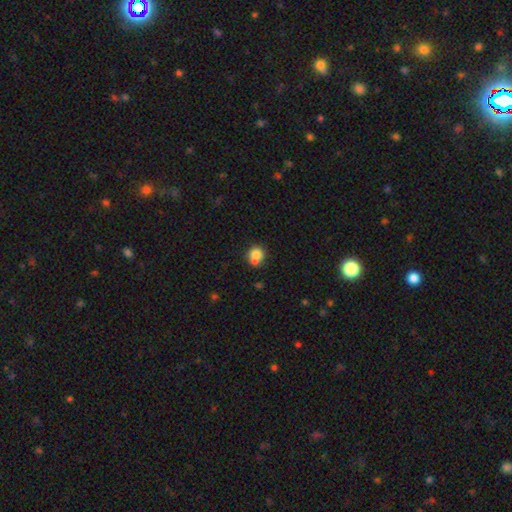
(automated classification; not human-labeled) Morphology: type=smooth (78%); roundness=round (83%); merging=none (51%).